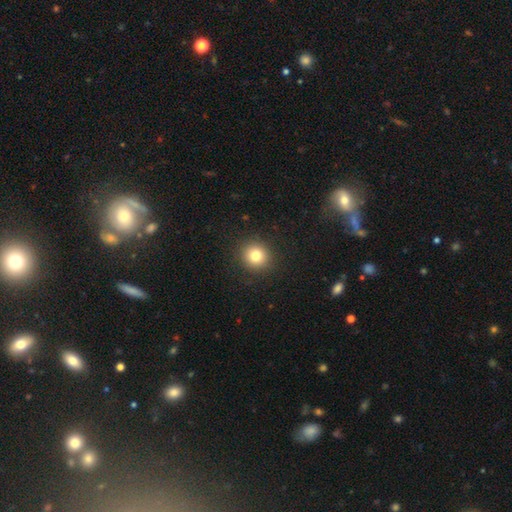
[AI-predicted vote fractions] This appears to be a smooth galaxy with no disk features (80%) that is round (91%). Merging: none (91%).